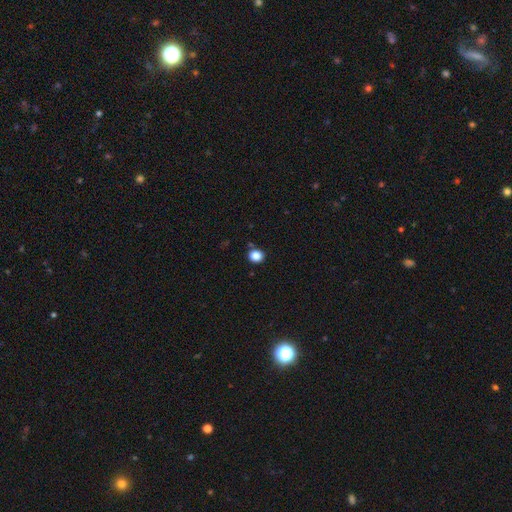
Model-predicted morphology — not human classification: A smooth galaxy with no disk features (85%) that is round (78%).

Vote fractions:
- Smooth or featured? smooth: 85% / star or artifact: 12% / featured or disk: 3%
- How rounded? round: 78% / in between: 21% / cigar-shaped: 1%
- Merging? none: 84% / minor disturbance: 9% / merger: 5% / major disturbance: 3%